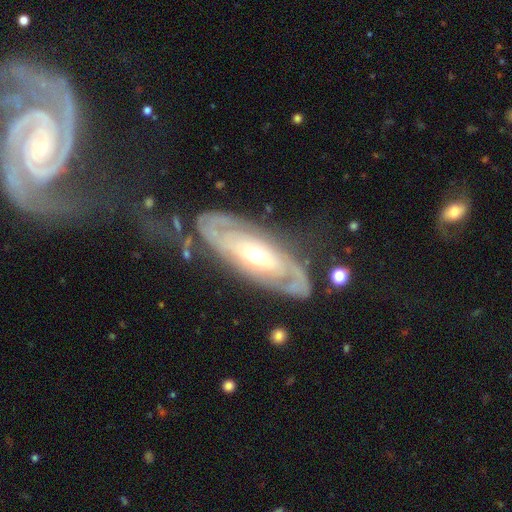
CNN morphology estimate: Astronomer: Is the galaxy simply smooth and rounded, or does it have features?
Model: featured or disk — 84%.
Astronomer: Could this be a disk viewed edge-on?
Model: no — 88%.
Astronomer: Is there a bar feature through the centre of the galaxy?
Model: no — 64%.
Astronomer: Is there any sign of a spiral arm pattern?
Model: yes — 87%.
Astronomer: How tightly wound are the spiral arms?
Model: tight — 68%.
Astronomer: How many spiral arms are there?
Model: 2 — 48% (runner-up: can't tell, 36%).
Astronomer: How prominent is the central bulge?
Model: moderate — 63%.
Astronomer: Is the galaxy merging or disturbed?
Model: none — 71%.